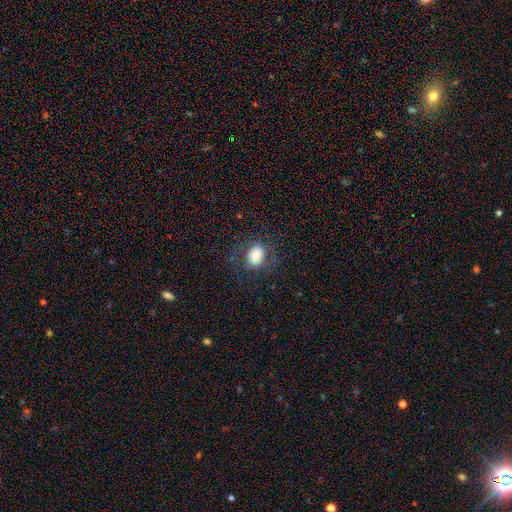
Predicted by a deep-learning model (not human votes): A smooth galaxy with no disk features (67%) that is in between round and cigar-shaped (53%). Merging: none (72%).